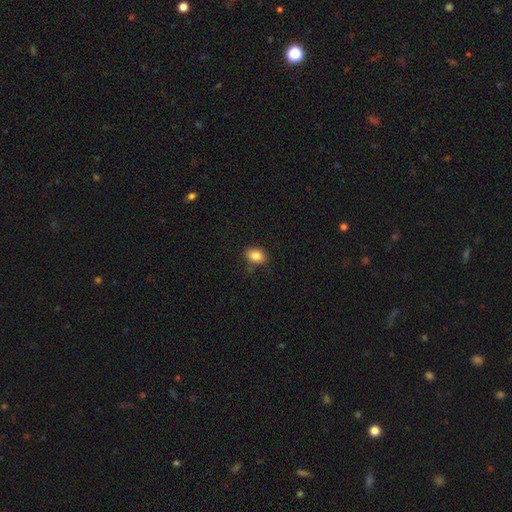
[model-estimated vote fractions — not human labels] Smooth or featured: smooth — 85% (star or artifact — 9%)
How rounded: in between — 77% (round — 22%)
Merging: none — 81% (minor disturbance — 14%)